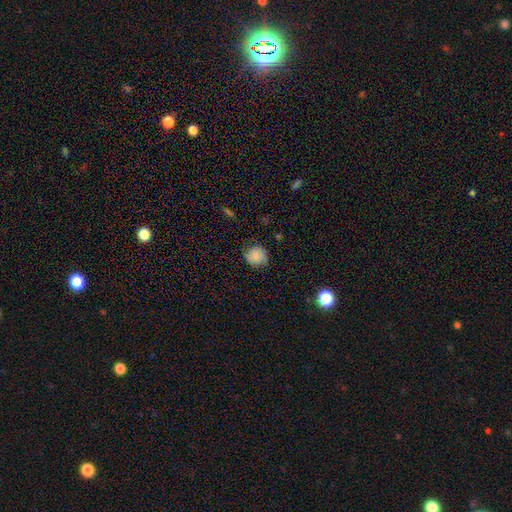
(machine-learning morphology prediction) Smooth or featured? smooth (77%)
How rounded? round (85%)
Merging? none (72%)